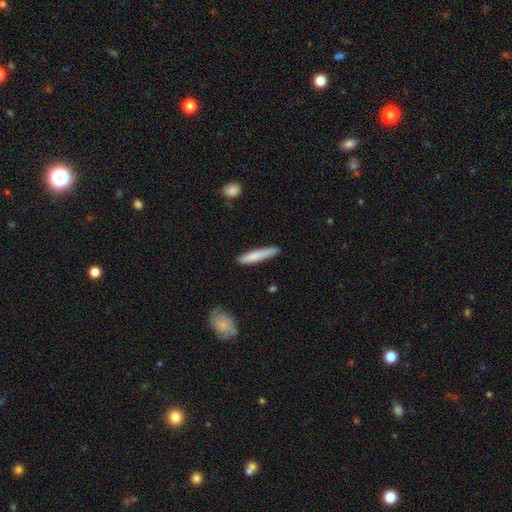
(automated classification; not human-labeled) smooth-or-featured: smooth: 77% | featured or disk: 17% | star or artifact: 6%
  how-rounded: cigar-shaped: 92% | in between: 7% | round: 1%
  merging: none: 84% | minor disturbance: 12% | major disturbance: 2% | merger: 2%